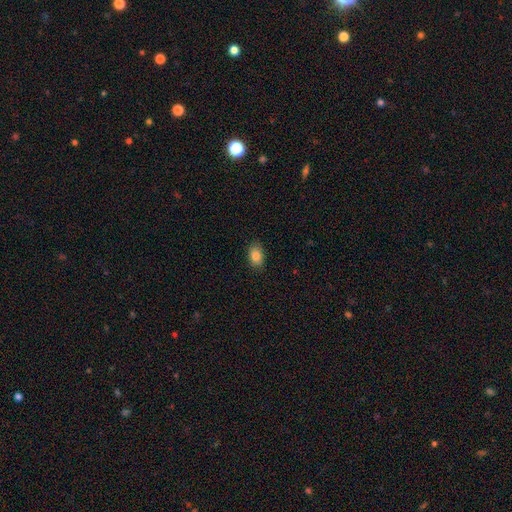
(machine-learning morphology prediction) smooth_or_featured: smooth (p=0.85) [alt: star or artifact p=0.08]
how_rounded: in between (p=0.85) [alt: round p=0.14]
merging: none (p=0.87) [alt: minor disturbance p=0.10]